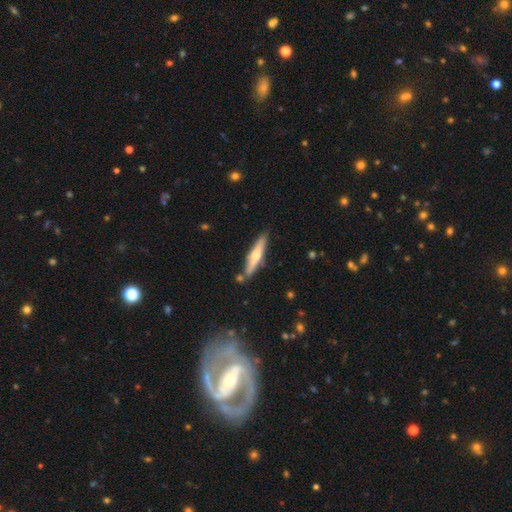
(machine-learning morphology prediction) Smooth or featured: featured or disk — 50% (smooth — 45%)
Merging: none — 81% (minor disturbance — 12%)